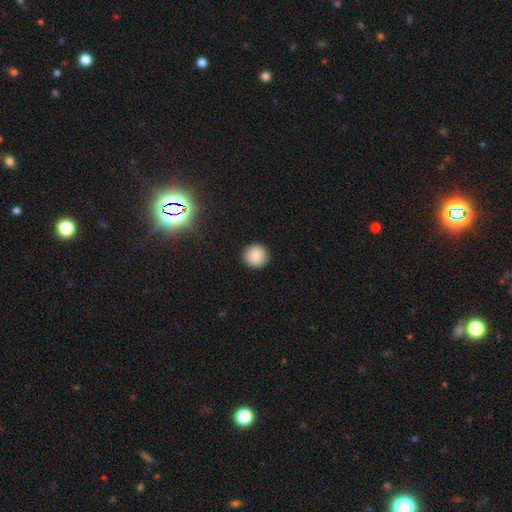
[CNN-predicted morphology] The model was most divided on "smooth or featured": smooth: 84%, star or artifact: 9%, featured or disk: 7%. More confident: how rounded — round (95%); merging — none (92%).